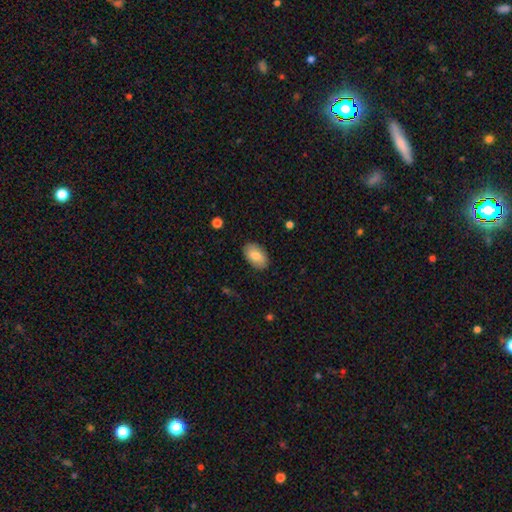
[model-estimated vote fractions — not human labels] Smooth or featured? smooth (83%)
How rounded? in between (93%)
Merging? none (87%)